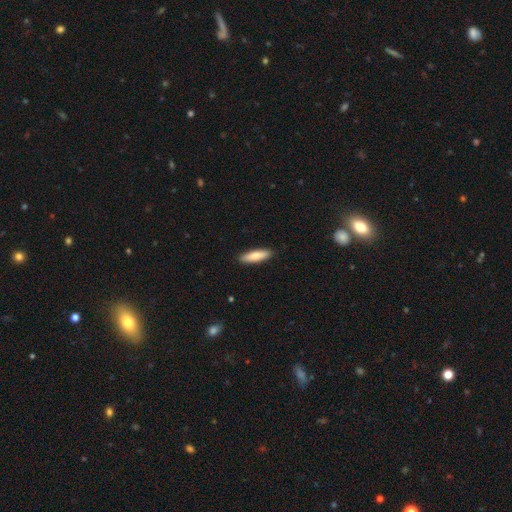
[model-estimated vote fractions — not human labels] This is likely a smooth galaxy (80%). How rounded: likely cigar-shaped (63%). Merging: clearly none (91%).